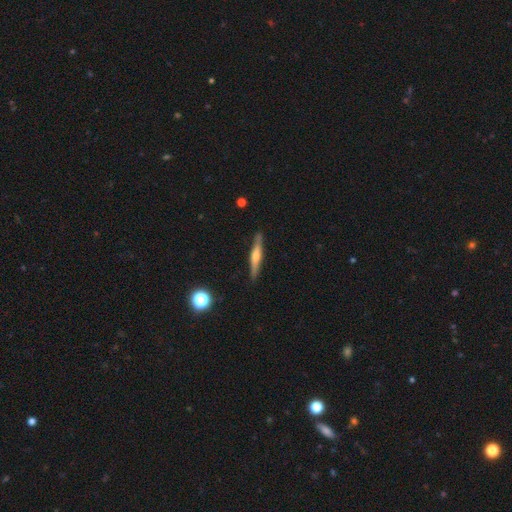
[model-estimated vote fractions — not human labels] Smooth or featured? Predicted: featured or disk (p=0.61). Edge-on disk? Predicted: yes (p=0.97). Edge-on bulge? Predicted: rounded (p=0.74). Merging? Predicted: none (p=0.89).